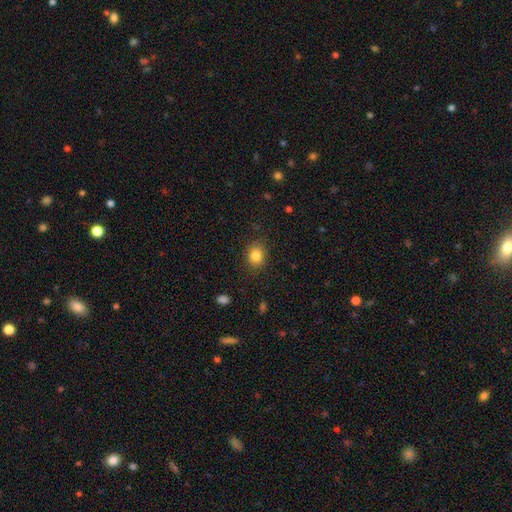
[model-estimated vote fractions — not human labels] Smooth or featured?
  - smooth: 83% *
  - star or artifact: 11%
  - featured or disk: 6%
How rounded?
  - round: 63% *
  - in between: 36%
  - cigar-shaped: 1%
Merging?
  - none: 85% *
  - minor disturbance: 11%
  - major disturbance: 3%
  - merger: 1%